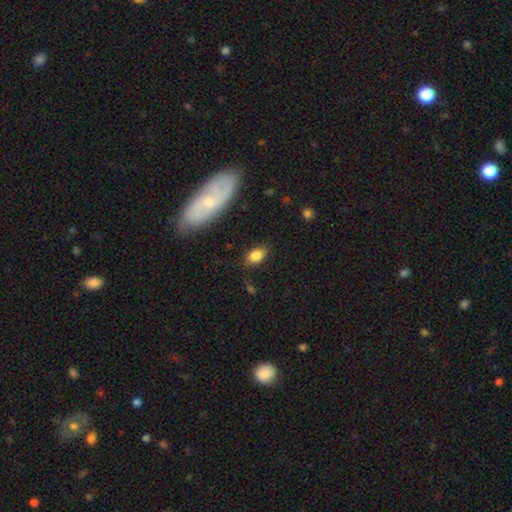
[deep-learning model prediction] Q: Smooth or featured?
A: smooth (83%); runner-up: star or artifact (9%)
Q: How rounded?
A: in between (82%); runner-up: round (16%)
Q: Merging?
A: none (79%); runner-up: minor disturbance (16%)